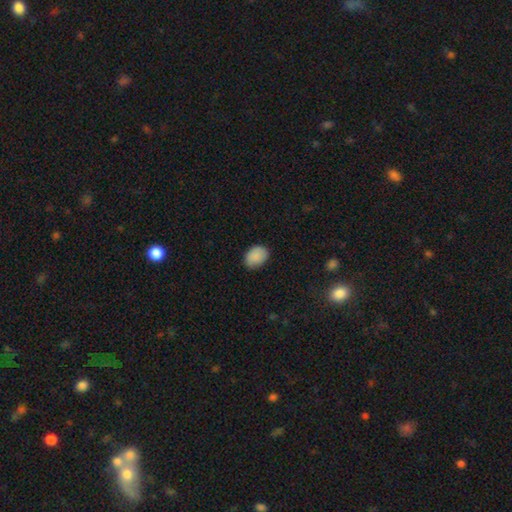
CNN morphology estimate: This is clearly a smooth galaxy (89%). How rounded: likely in between (73%). Merging: clearly none (83%).